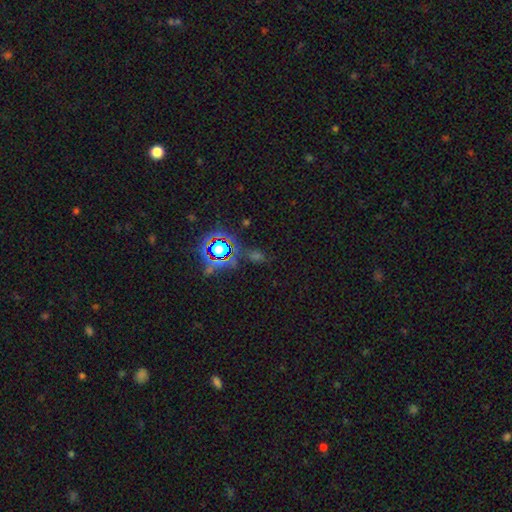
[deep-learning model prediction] This appears to be a star or artifact, not a galaxy (68%).